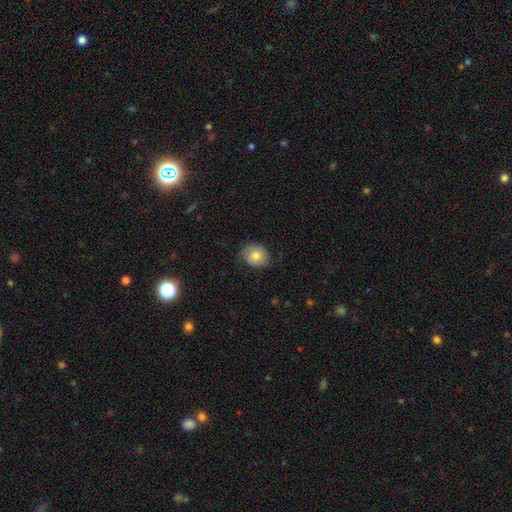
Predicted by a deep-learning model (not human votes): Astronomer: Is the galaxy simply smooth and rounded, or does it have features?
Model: smooth — 74%.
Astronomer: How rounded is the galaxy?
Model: round — 59% (runner-up: in between, 40%).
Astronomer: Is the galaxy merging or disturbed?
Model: none — 72%.